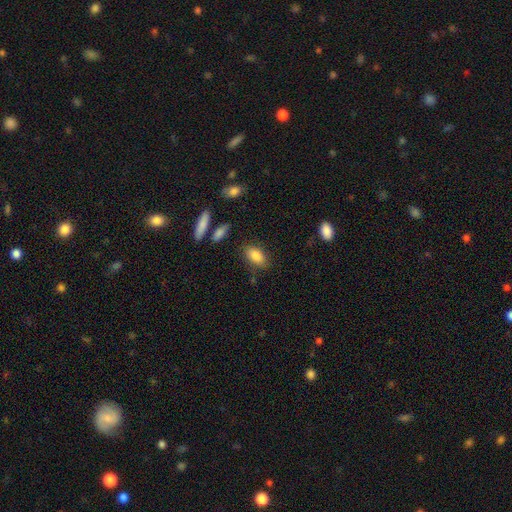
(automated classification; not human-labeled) Smooth or featured? smooth (85%)
How rounded? in between (90%)
Merging? none (81%)